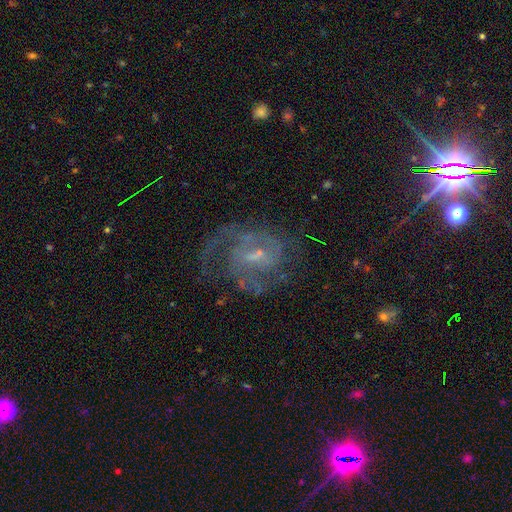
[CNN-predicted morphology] Q: Smooth or featured?
A: featured or disk (81%); runner-up: star or artifact (11%)
Q: Edge-on disk?
A: no (97%); runner-up: yes (3%)
Q: Bar?
A: weak (56%); runner-up: no (29%)
Q: Spiral arms?
A: yes (93%); runner-up: no (7%)
Q: Spiral winding?
A: medium (49%); runner-up: tight (33%)
Q: Spiral arm count?
A: 2 (48%); runner-up: can't tell (22%)
Q: Bulge size?
A: small (63%); runner-up: moderate (23%)
Q: Merging?
A: none (62%); runner-up: major disturbance (19%)